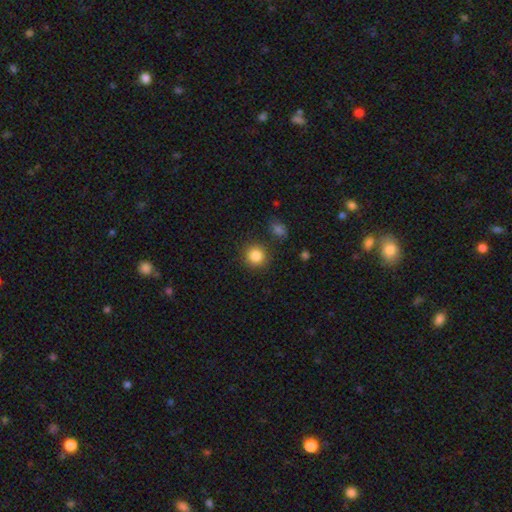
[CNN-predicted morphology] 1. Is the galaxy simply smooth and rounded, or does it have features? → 86% smooth, 10% star or artifact, 4% featured or disk.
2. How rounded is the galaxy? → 92% round, 7% in between, 1% cigar-shaped.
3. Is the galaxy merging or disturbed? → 88% none, 7% minor disturbance, 3% merger, 3% major disturbance.